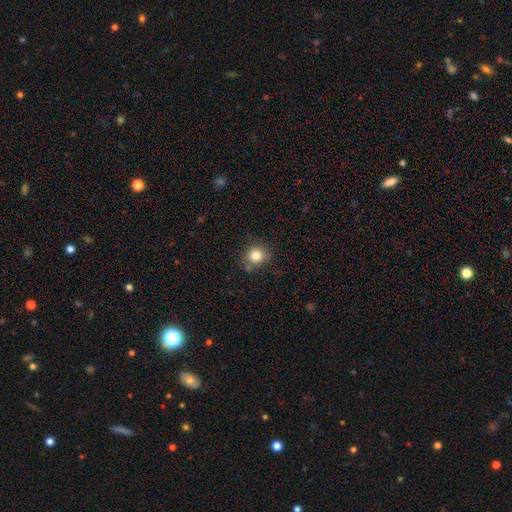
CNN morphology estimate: Smooth or featured? smooth (83%)
How rounded? round (81%)
Merging? none (77%)